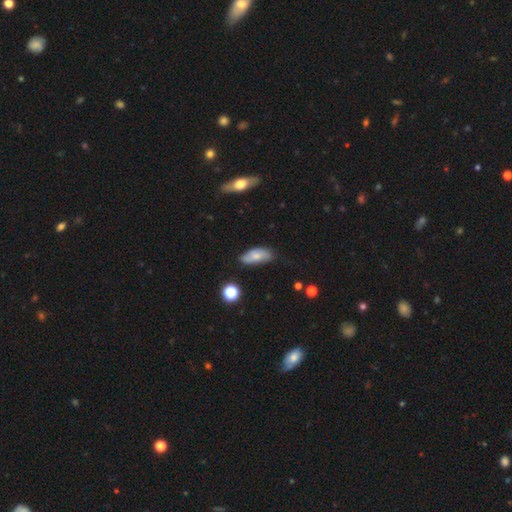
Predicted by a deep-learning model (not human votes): Smooth or featured? smooth (65%)
How rounded? in between (85%)
Merging? none (70%)